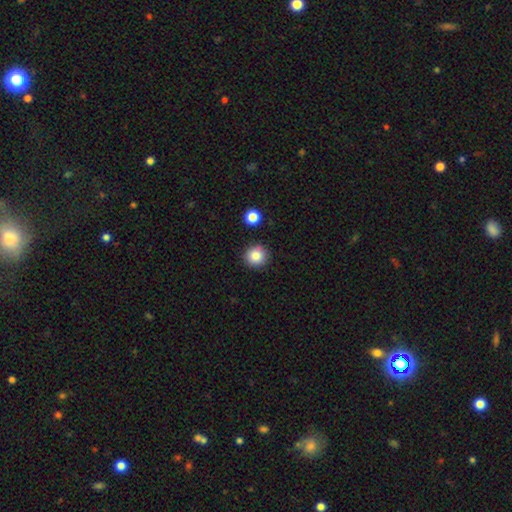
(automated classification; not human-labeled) smooth_or_featured: smooth (p=0.85) [alt: star or artifact p=0.10]
how_rounded: round (p=0.93) [alt: in between p=0.06]
merging: none (p=0.88) [alt: minor disturbance p=0.07]